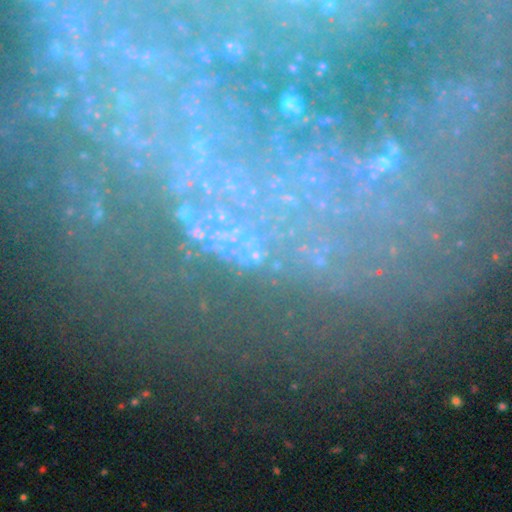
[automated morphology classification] Overall: star or artifact (46%; featured or disk 36%).